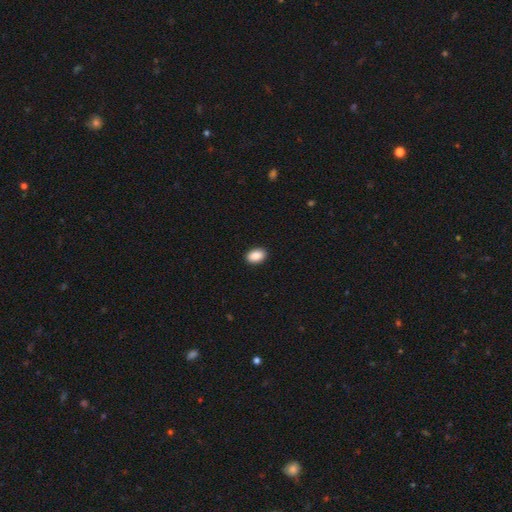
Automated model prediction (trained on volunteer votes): A smooth galaxy with no disk features (90%) that is in between round and cigar-shaped (87%).

Vote fractions:
- Smooth or featured? smooth: 90% / star or artifact: 7% / featured or disk: 3%
- How rounded? in between: 87% / round: 12% / cigar-shaped: 1%
- Merging? none: 92% / minor disturbance: 6% / major disturbance: 2% / merger: 1%